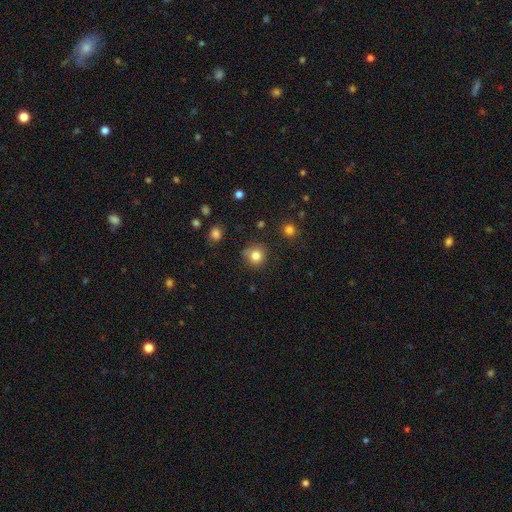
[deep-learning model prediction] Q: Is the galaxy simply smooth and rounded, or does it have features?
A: smooth — 81%.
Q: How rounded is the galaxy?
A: round — 91%.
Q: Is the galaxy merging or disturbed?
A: none — 79%.